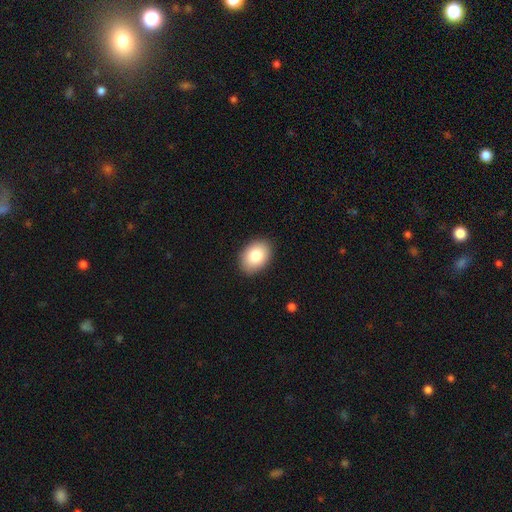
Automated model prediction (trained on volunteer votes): Smooth or featured: smooth — 82% (featured or disk — 11%)
How rounded: in between — 79% (round — 20%)
Merging: none — 89% (minor disturbance — 8%)